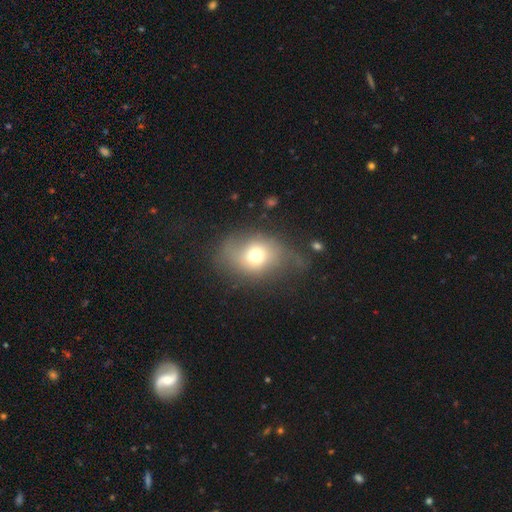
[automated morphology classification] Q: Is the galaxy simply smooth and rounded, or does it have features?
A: smooth — 63%.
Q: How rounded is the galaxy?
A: in between — 54%.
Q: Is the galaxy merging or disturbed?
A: none — 46%.